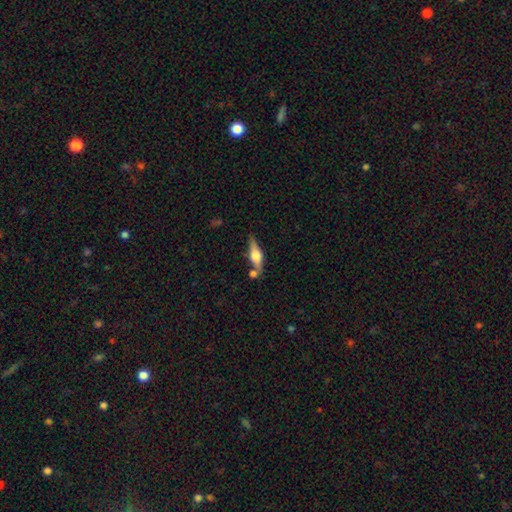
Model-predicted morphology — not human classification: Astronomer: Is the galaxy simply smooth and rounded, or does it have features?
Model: featured or disk — 61%.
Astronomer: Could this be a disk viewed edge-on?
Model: yes — 93%.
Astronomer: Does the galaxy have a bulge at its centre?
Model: rounded — 90%.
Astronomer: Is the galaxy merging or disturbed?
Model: none — 67%.